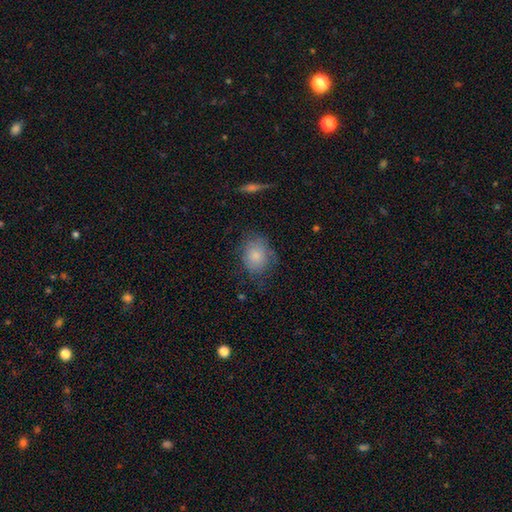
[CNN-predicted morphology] This appears to be a smooth galaxy with no disk features (80%) that is in between round and cigar-shaped (55%). Merging: none (64%).